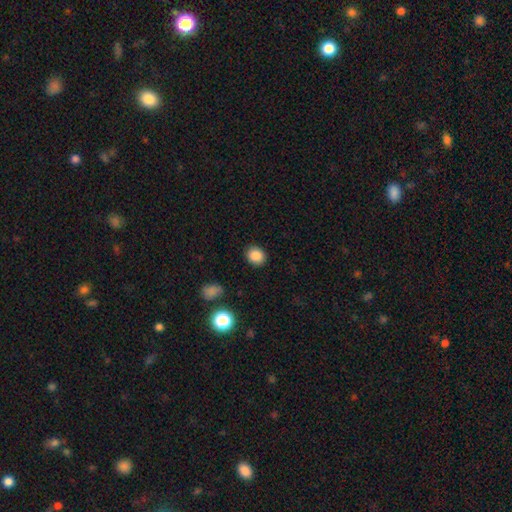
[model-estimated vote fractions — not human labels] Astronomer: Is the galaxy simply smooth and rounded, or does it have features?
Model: smooth — 86%.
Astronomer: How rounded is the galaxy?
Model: round — 65%.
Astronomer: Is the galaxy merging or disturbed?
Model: none — 89%.